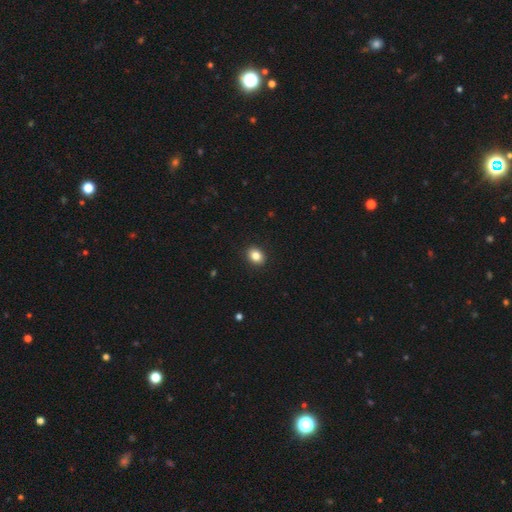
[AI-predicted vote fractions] A smooth galaxy with no disk features (85%) that is in between round and cigar-shaped (52%).

Vote fractions:
- Smooth or featured? smooth: 85% / star or artifact: 10% / featured or disk: 6%
- How rounded? in between: 52% / round: 47% / cigar-shaped: 1%
- Merging? none: 91% / minor disturbance: 6% / major disturbance: 2% / merger: 1%